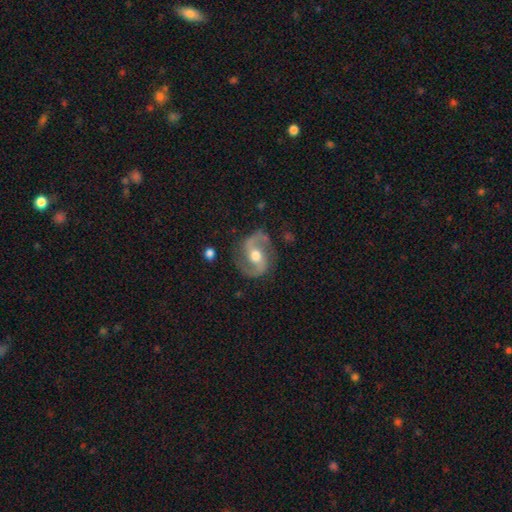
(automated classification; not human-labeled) A featured or disk galaxy (89%) with a weak bar (43%), 2 (94%) medium (57%) spiral arms (96%) and a moderate central bulge (74%).

Vote fractions:
- Smooth or featured? featured or disk: 89% / smooth: 6% / star or artifact: 5%
- Edge-on disk? no: 98% / yes: 2%
- Bar? weak: 43% / no: 36% / strong: 22%
- Spiral arms? yes: 96% / no: 4%
- Spiral winding? medium: 57% / loose: 29% / tight: 14%
- Spiral arm count? 2: 94% / can't tell: 2% / 1: 1% / 3: 1% / 4: 1% / more than 4: 1%
- Bulge size? moderate: 74% / large: 14% / small: 9% / none: 1% / dominant: 1%
- Merging? none: 83% / minor disturbance: 12% / major disturbance: 4% / merger: 1%